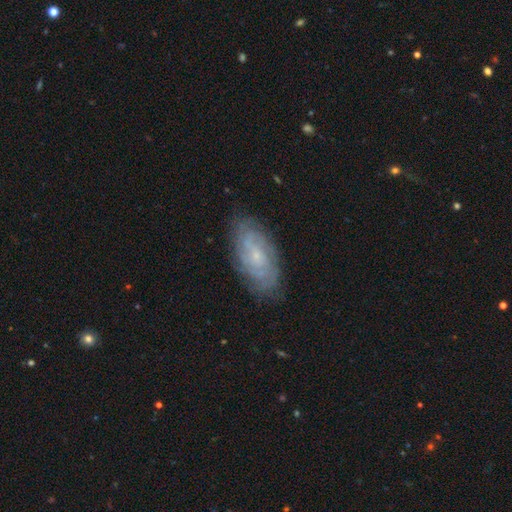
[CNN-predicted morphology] Overall: featured or disk (71%). Edge-on disk: no (93%). Bar: no (59%; weak 35%). Spiral arms: yes (91%). Spiral arm count: can't tell (49%; 2 21%). Spiral winding: tight (65%; medium 27%). Bulge size: small (67%). Merging: none (81%).